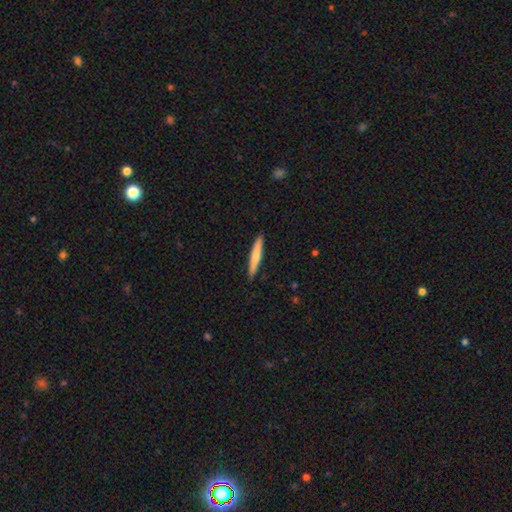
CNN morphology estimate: smooth-or-featured: smooth: 69% | featured or disk: 26% | star or artifact: 5%
  how-rounded: cigar-shaped: 94% | in between: 4% | round: 1%
  merging: none: 91% | minor disturbance: 6% | major disturbance: 1% | merger: 1%